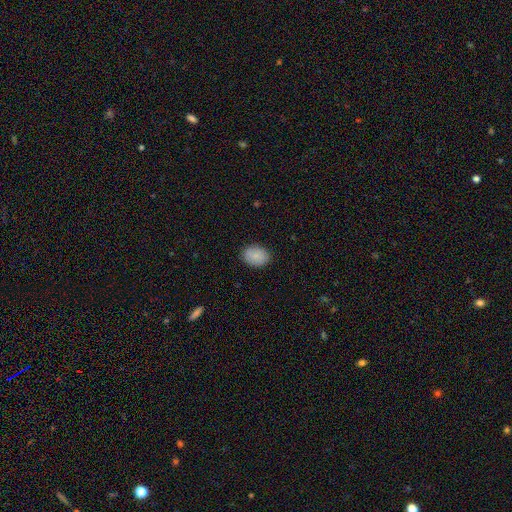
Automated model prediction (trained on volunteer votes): smooth_or_featured: smooth (p=0.87) [alt: star or artifact p=0.07]
how_rounded: in between (p=0.71) [alt: round p=0.28]
merging: none (p=0.87) [alt: minor disturbance p=0.09]